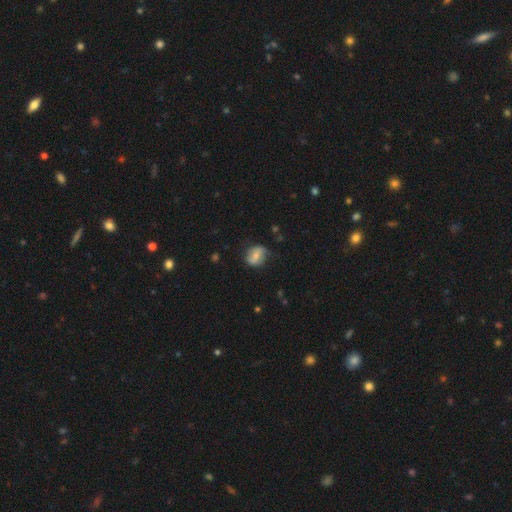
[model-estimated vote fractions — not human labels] Smooth or featured? smooth (59%)
How rounded? round (51%)
Merging? none (68%)